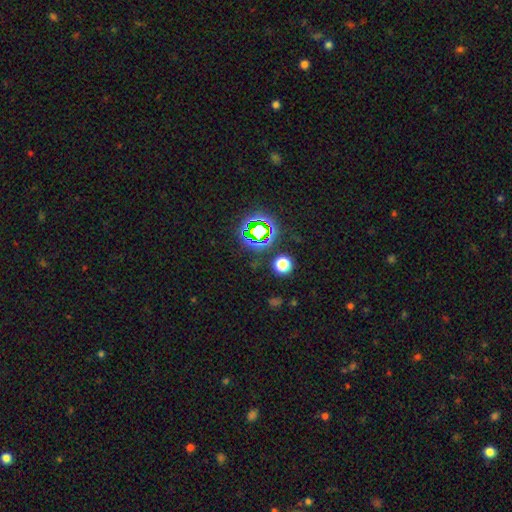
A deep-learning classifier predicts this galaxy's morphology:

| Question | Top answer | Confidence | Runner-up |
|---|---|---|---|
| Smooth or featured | star or artifact | 72% | smooth (20%) |